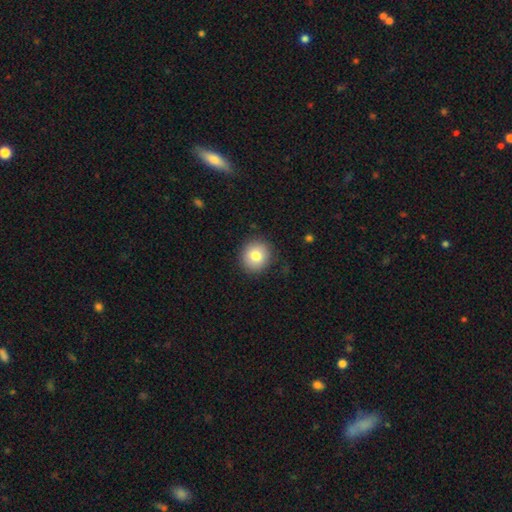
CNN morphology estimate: The model was most divided on "smooth or featured": smooth: 80%, featured or disk: 10%, star or artifact: 10%. More confident: how rounded — round (88%); merging — none (88%).